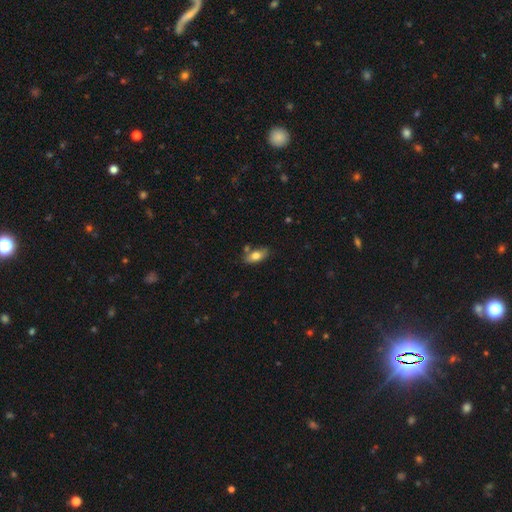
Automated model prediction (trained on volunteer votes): Smooth or featured: smooth — 74% (featured or disk — 18%)
How rounded: in between — 86% (cigar-shaped — 10%)
Merging: none — 73% (minor disturbance — 15%)